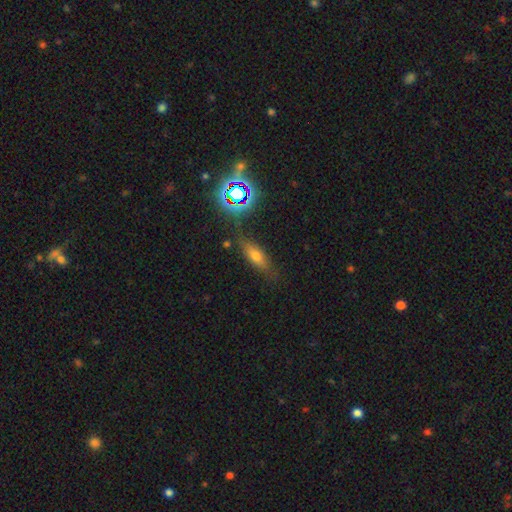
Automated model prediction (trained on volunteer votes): This is possibly a smooth galaxy (58%). How rounded: possibly in between (58%). Merging: likely none (75%).